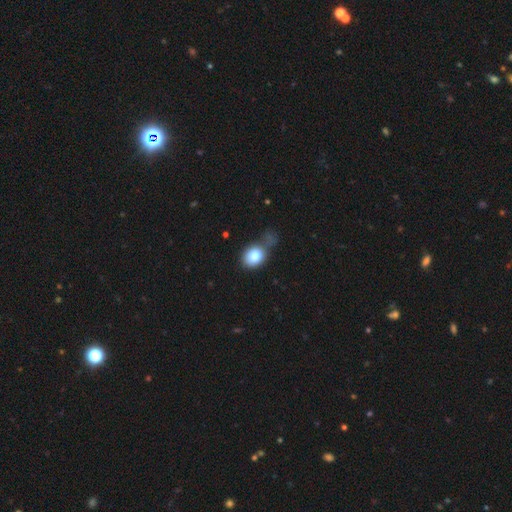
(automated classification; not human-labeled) smooth_or_featured: smooth (p=0.81) [alt: featured or disk p=0.10]
how_rounded: in between (p=0.50) [alt: round p=0.49]
merging: none (p=0.39) [alt: minor disturbance p=0.27]